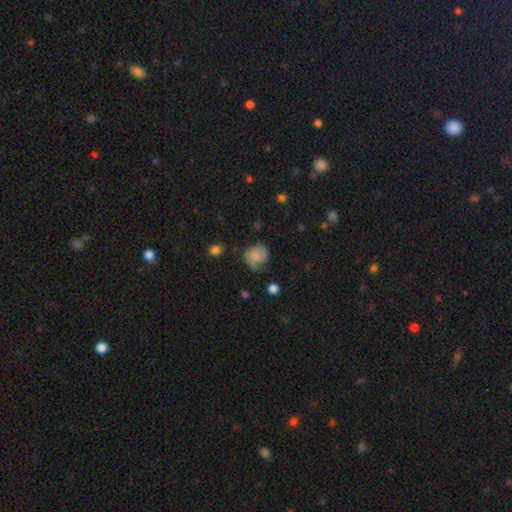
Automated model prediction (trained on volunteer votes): smooth 54%, featured or disk 37%, star or artifact 9%. Down the decision tree: how rounded — round (71%); merging — none (49%).